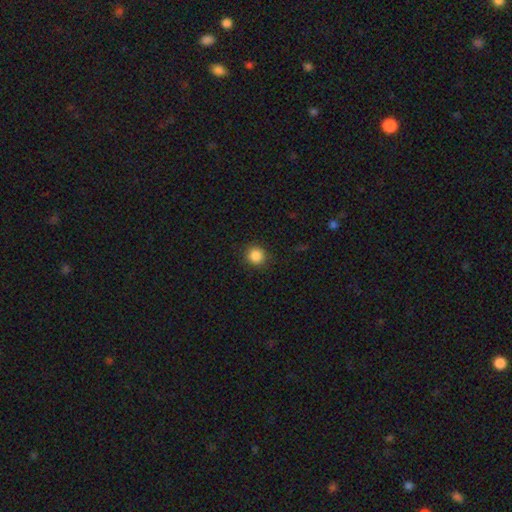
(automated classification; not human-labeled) Overall: smooth (86%). How rounded: round (92%). Merging: none (90%).